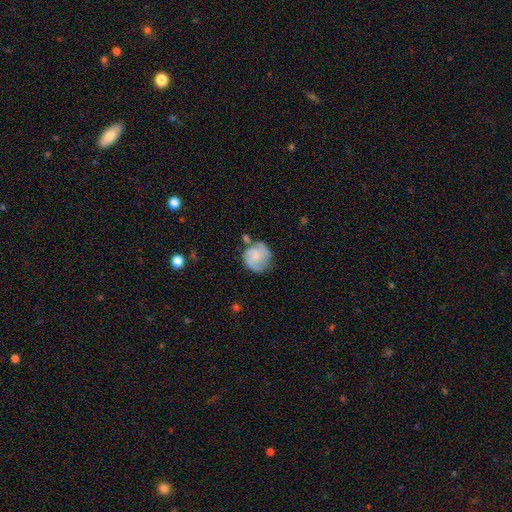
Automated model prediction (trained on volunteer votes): This appears to be a featured or disk galaxy (47%). Merging: none (59%).